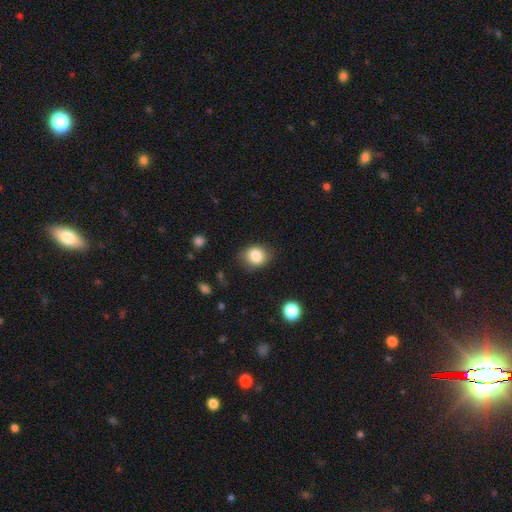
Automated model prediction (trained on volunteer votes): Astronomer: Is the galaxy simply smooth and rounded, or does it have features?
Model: smooth — 84%.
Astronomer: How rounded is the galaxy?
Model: round — 63%.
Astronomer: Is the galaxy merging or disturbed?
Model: none — 78%.